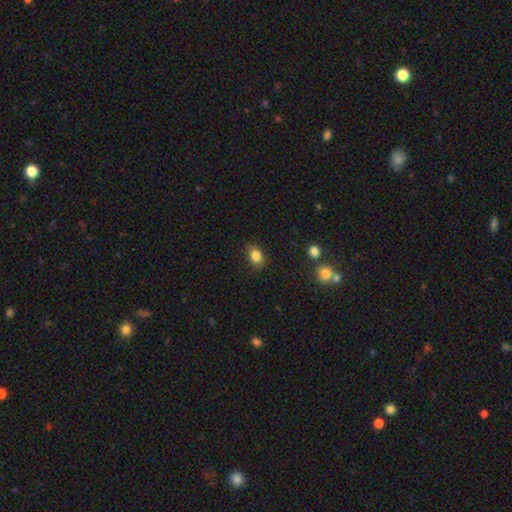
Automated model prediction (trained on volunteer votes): This appears to be a smooth galaxy with no disk features (84%) that is in between round and cigar-shaped (62%). Merging: none (80%).